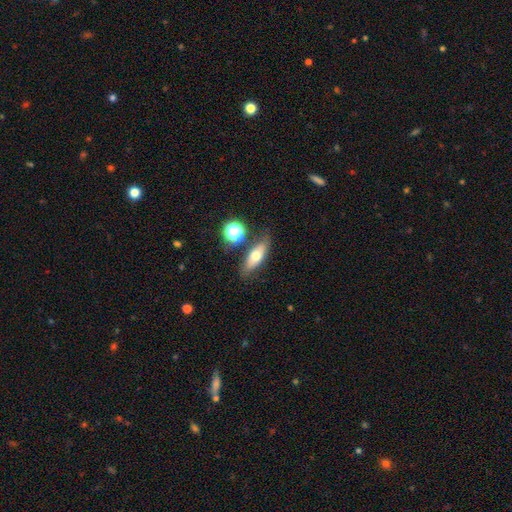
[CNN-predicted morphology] smooth_or_featured: smooth (p=0.61) [alt: featured or disk p=0.30]
how_rounded: in between (p=0.61) [alt: cigar-shaped p=0.32]
merging: none (p=0.75) [alt: minor disturbance p=0.14]